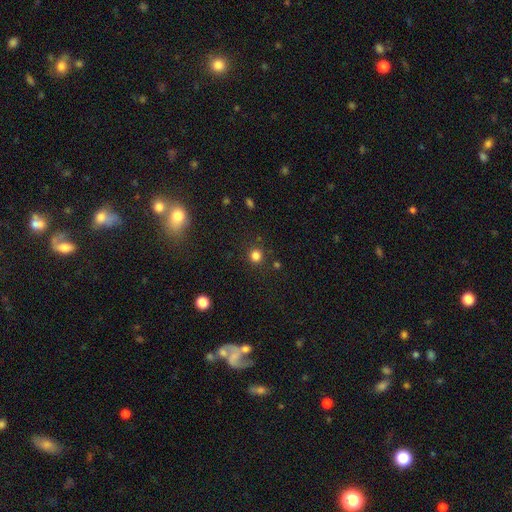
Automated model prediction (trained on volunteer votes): Smooth or featured: smooth — 81% (star or artifact — 15%)
How rounded: round — 93% (in between — 6%)
Merging: none — 88% (minor disturbance — 7%)